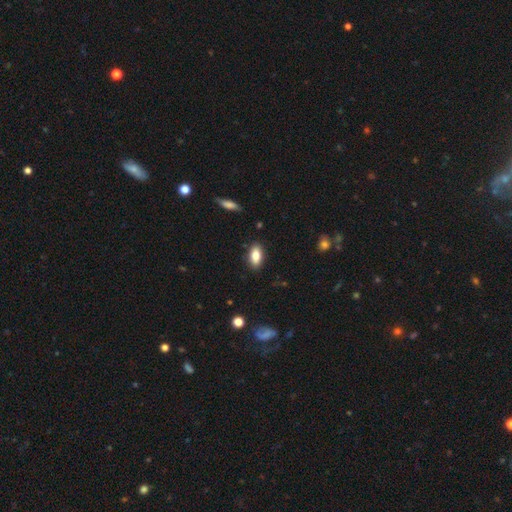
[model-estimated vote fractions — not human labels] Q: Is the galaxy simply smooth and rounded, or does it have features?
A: smooth — 82%.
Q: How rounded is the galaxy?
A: in between — 89%.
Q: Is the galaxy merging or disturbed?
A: none — 87%.